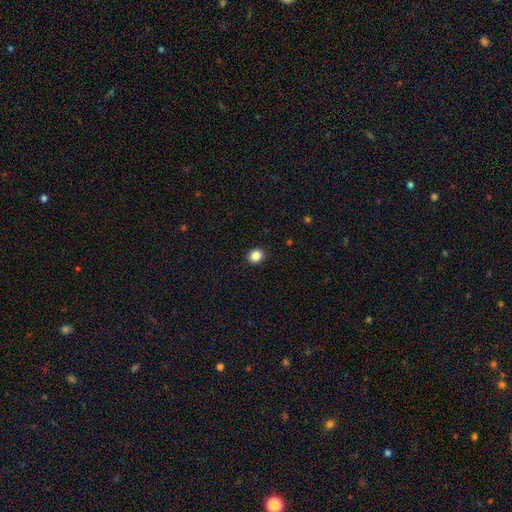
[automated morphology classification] The model was most divided on "how rounded": round: 73%, in between: 27%, cigar-shaped: 1%. More confident: merging — none (92%); smooth or featured — smooth (86%).